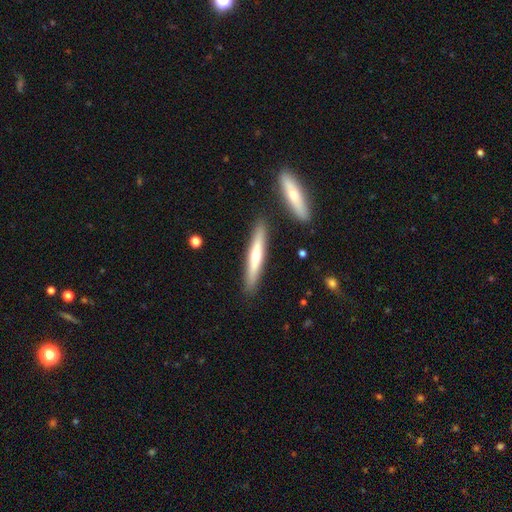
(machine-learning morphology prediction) smooth-or-featured: smooth: 49% | featured or disk: 46% | star or artifact: 6%
  merging: none: 87% | minor disturbance: 8% | merger: 3% | major disturbance: 2%